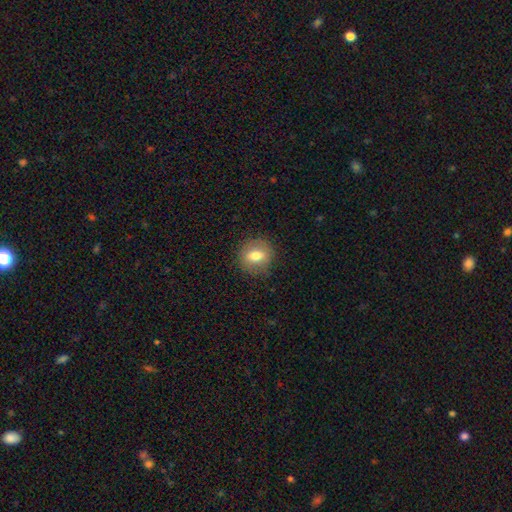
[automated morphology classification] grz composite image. It shows a smooth galaxy with no disk features (70%) that is round (77%). Merging: none (86%).